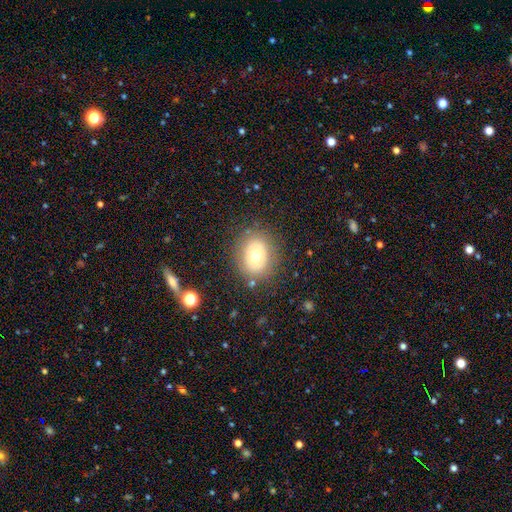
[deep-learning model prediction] A smooth galaxy with no disk features (65%) that is round (55%).

Vote fractions:
- Smooth or featured? smooth: 65% / featured or disk: 24% / star or artifact: 12%
- How rounded? round: 55% / in between: 44% / cigar-shaped: 1%
- Merging? none: 81% / minor disturbance: 12% / major disturbance: 5% / merger: 2%